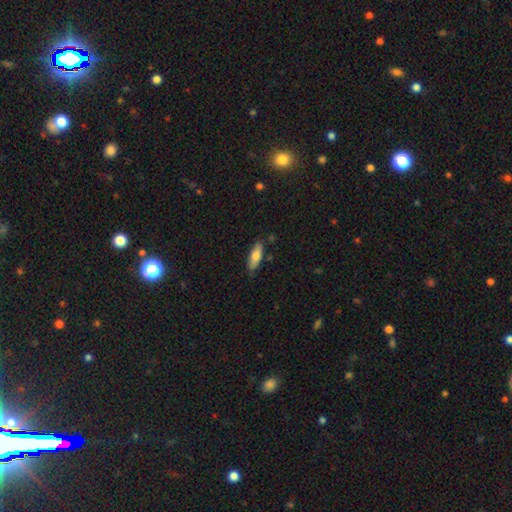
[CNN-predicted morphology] Smooth or featured: smooth — 76% (featured or disk — 18%)
How rounded: in between — 60% (cigar-shaped — 38%)
Merging: none — 81% (minor disturbance — 14%)